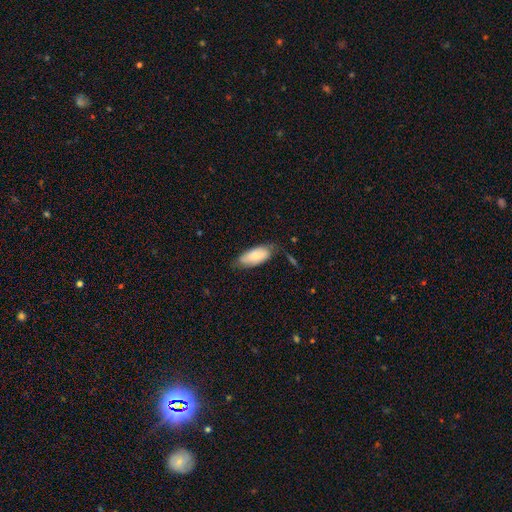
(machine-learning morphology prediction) smooth-or-featured: smooth: 78% | featured or disk: 16% | star or artifact: 6%
  how-rounded: in between: 85% | cigar-shaped: 13% | round: 2%
  merging: none: 64% | minor disturbance: 27% | major disturbance: 6% | merger: 3%